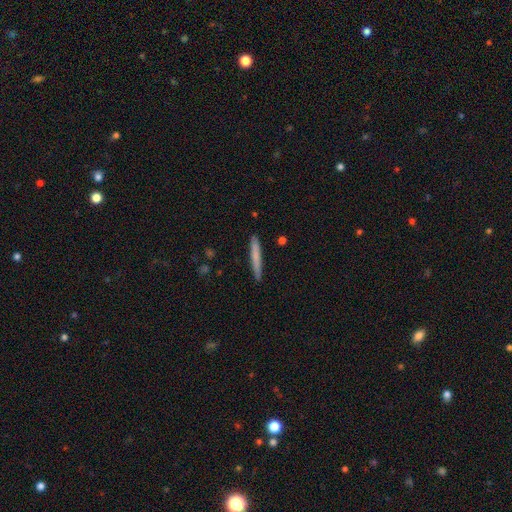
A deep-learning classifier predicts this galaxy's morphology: A smooth galaxy with no disk features (71%) that is cigar-shaped (96%). Merging: none (89%).